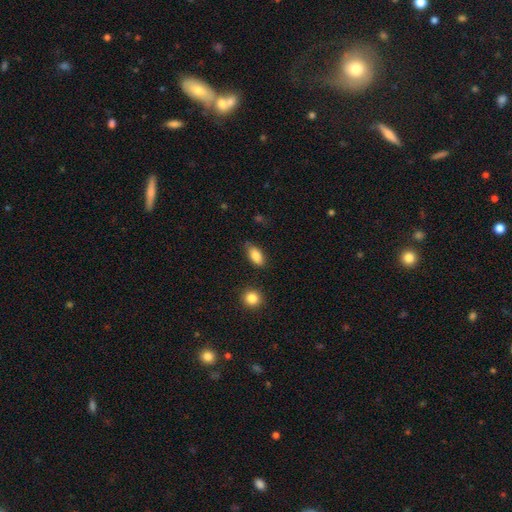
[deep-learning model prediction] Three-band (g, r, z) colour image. It shows a smooth galaxy with no disk features (85%) that is in between round and cigar-shaped (89%). Merging: none (75%).